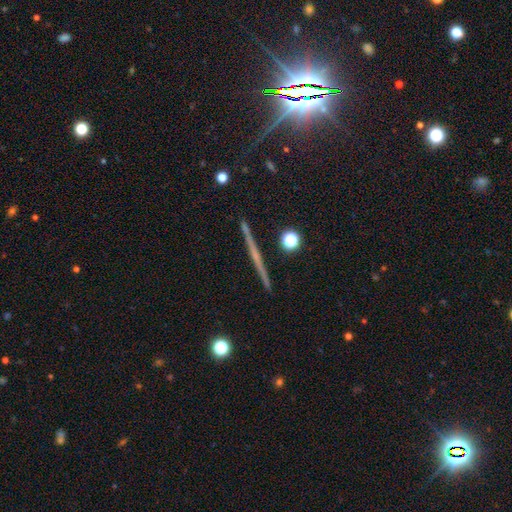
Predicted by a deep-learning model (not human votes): smooth-or-featured: featured or disk: 65% | smooth: 22% | star or artifact: 13%
  disk-edge-on: yes: 97% | no: 3%
    edge-on-bulge: none: 63% | rounded: 29% | boxy: 8%
  merging: none: 90% | minor disturbance: 6% | merger: 2% | major disturbance: 2%